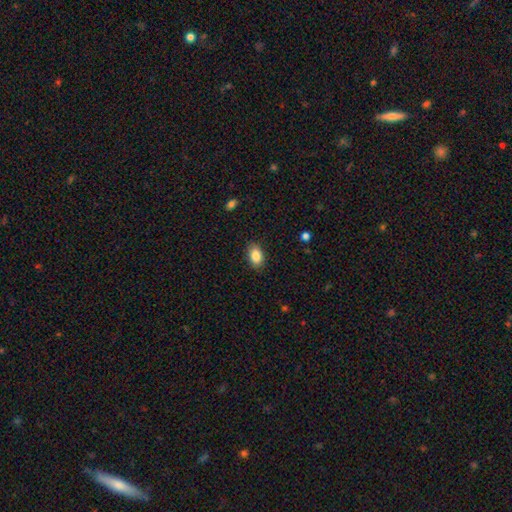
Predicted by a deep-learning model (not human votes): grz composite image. It shows a smooth galaxy with no disk features (87%) that is in between round and cigar-shaped (89%). Merging: none (88%).